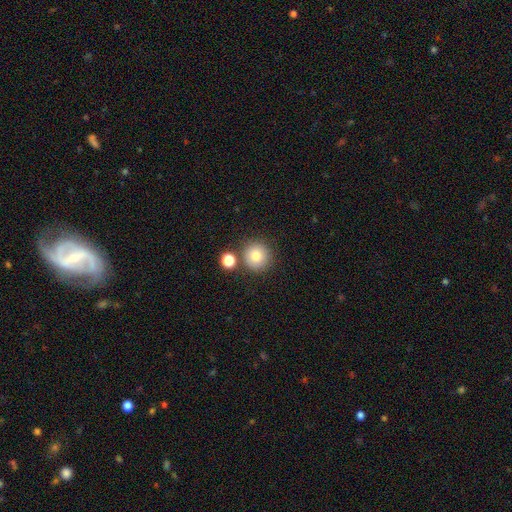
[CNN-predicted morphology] A smooth galaxy with no disk features (79%) that is round (94%). Merging: none (78%).